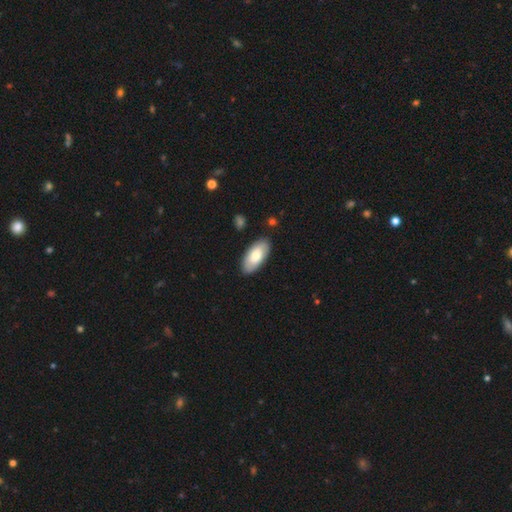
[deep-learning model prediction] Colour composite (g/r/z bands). It shows a smooth galaxy with no disk features (74%) that is in between round and cigar-shaped (92%). Merging: none (86%).